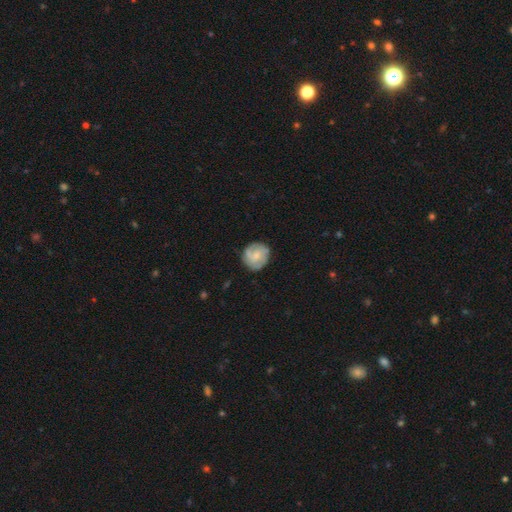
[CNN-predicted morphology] smooth_or_featured: featured or disk (p=0.48) [alt: smooth p=0.45]
merging: none (p=0.80) [alt: minor disturbance p=0.15]